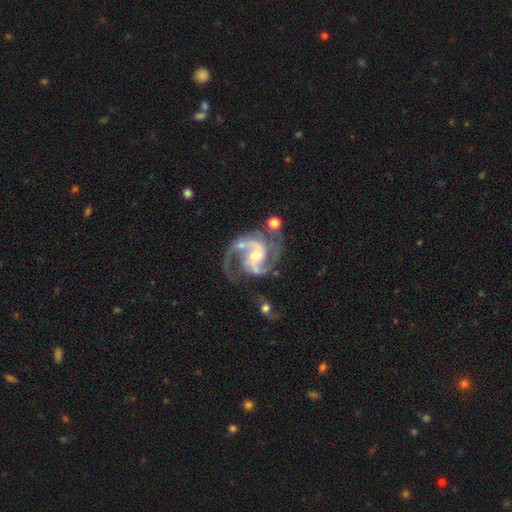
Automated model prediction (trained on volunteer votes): Smooth or featured: featured or disk — 92% (star or artifact — 5%)
Edge-on disk: no — 98% (yes — 2%)
Bar: weak — 46% (no — 35%)
Spiral arms: yes — 98% (no — 2%)
Spiral winding: medium — 62% (tight — 21%)
Spiral arm count: 2 — 83% (3 — 8%)
Bulge size: moderate — 59% (small — 31%)
Merging: none — 59% (minor disturbance — 19%)